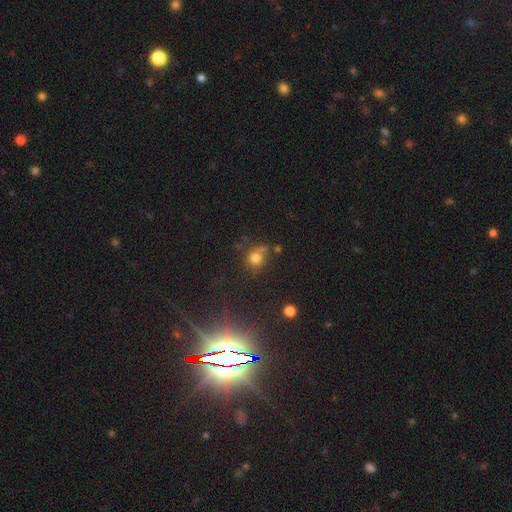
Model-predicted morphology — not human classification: smooth-or-featured: smooth: 62% | star or artifact: 27% | featured or disk: 11%
  how-rounded: round: 82% | in between: 16% | cigar-shaped: 1%
  merging: none: 62% | minor disturbance: 17% | merger: 13% | major disturbance: 9%